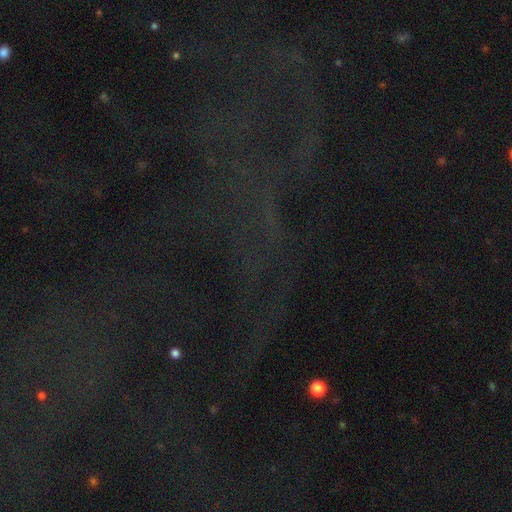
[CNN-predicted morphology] Smooth or featured? star or artifact (75%)